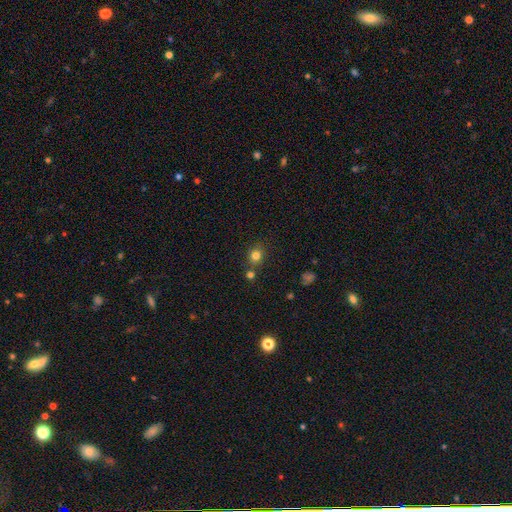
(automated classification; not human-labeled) Overall: smooth (79%). How rounded: round (79%). Merging: none (73%).